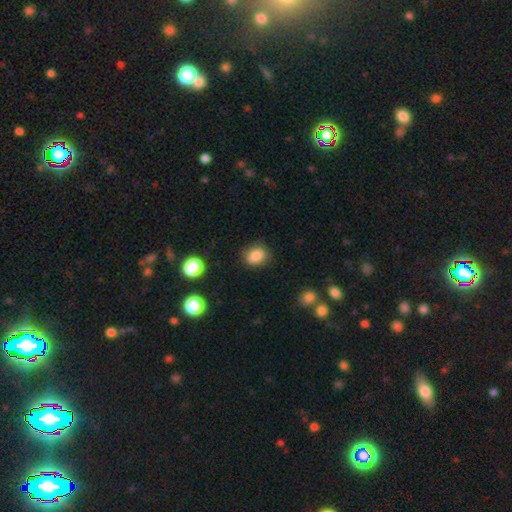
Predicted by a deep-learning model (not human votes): smooth 85%, star or artifact 10%, featured or disk 5%. Down the decision tree: how rounded — in between (52%); merging — none (82%).